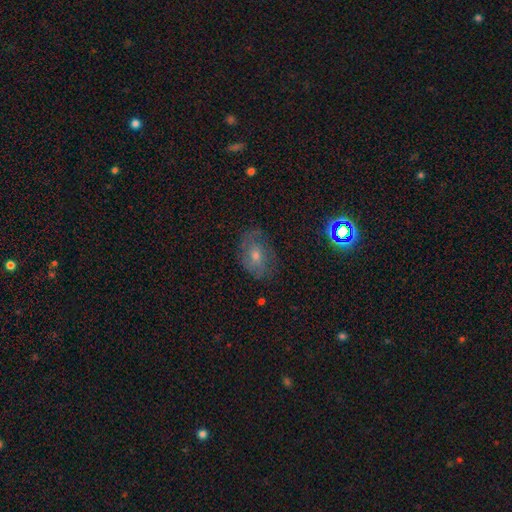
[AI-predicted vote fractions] Smooth or featured? Predicted: featured or disk (p=0.51). Edge-on disk? Predicted: no (p=0.94). Merging? Predicted: none (p=0.71).